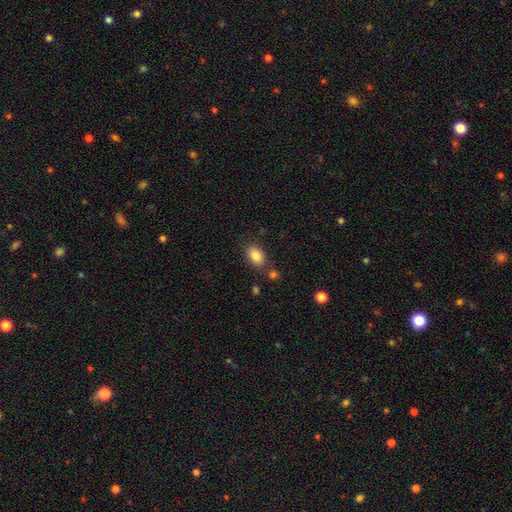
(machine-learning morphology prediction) A smooth galaxy with no disk features (85%) that is in between round and cigar-shaped (87%). Merging: none (78%).